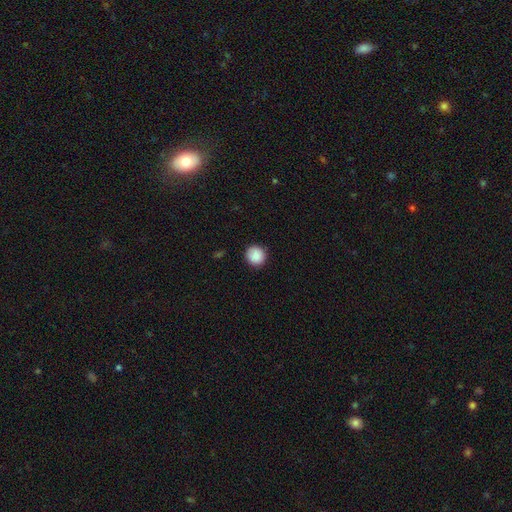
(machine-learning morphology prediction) Smooth or featured?
  - smooth: 88% *
  - star or artifact: 8%
  - featured or disk: 4%
How rounded?
  - round: 93% *
  - in between: 6%
  - cigar-shaped: 1%
Merging?
  - none: 89% *
  - minor disturbance: 8%
  - major disturbance: 2%
  - merger: 1%